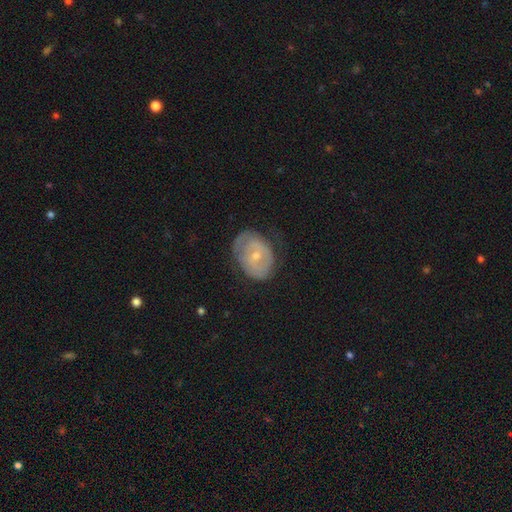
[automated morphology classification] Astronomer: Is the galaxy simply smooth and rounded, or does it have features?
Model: featured or disk — 61%.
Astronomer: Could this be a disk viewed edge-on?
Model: no — 96%.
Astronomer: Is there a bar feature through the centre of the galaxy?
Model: no — 54% (runner-up: weak, 37%).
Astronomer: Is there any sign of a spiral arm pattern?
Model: yes — 60% (runner-up: no, 40%).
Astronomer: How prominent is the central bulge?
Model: small — 56% (runner-up: moderate, 40%).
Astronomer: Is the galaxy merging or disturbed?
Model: none — 64%.